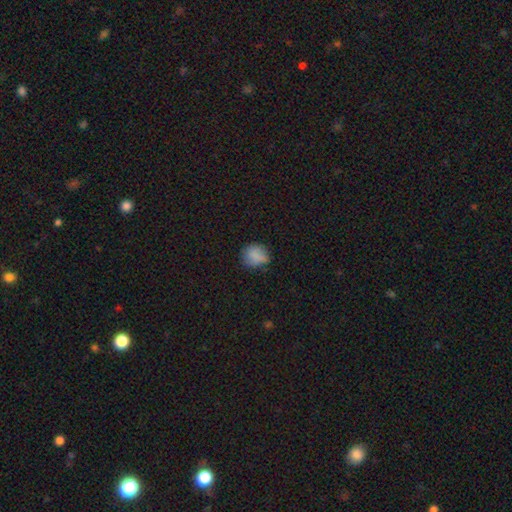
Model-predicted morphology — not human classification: Overall: smooth (82%). How rounded: round (72%). Merging: none (62%; minor disturbance 29%).